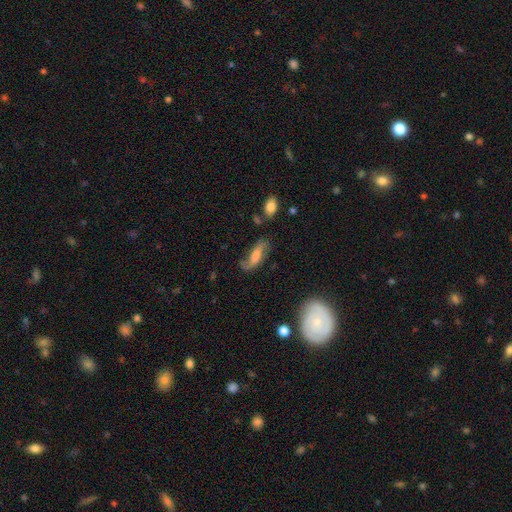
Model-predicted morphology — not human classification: The model was most divided on "smooth or featured": featured or disk: 55%, smooth: 36%, star or artifact: 9%. More confident: edge-on disk — no (82%); merging — none (63%).